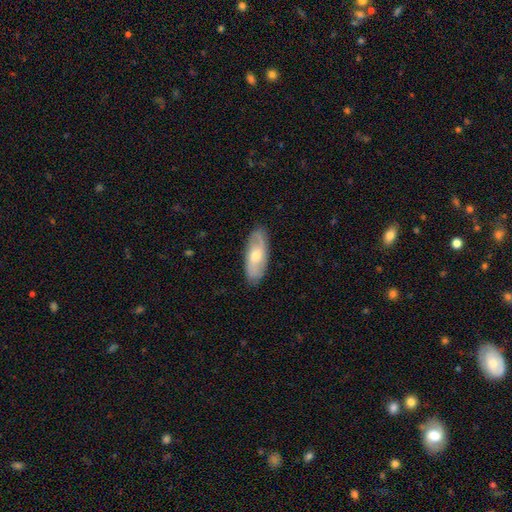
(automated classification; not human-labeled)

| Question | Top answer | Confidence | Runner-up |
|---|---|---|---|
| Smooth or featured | featured or disk | 51% | smooth (43%) |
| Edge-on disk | no | 82% | yes (18%) |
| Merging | none | 85% | minor disturbance (12%) |